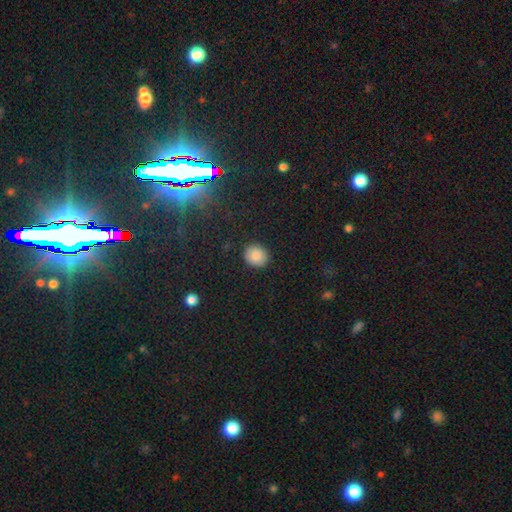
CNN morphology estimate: A smooth galaxy with no disk features (84%) that is round (82%). Merging: none (90%).